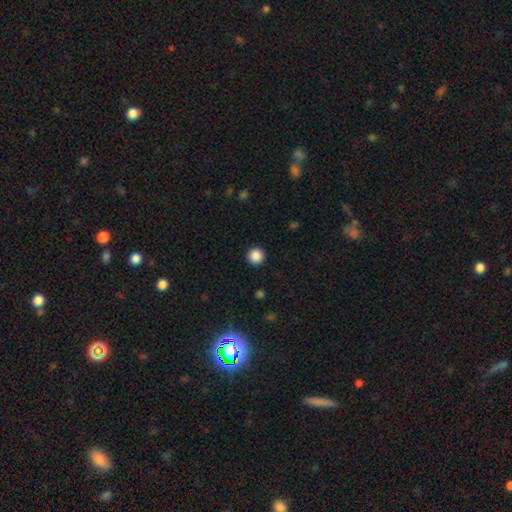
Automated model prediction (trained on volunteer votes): smooth 88%, star or artifact 10%, featured or disk 3%. Down the decision tree: how rounded — round (96%); merging — none (93%).